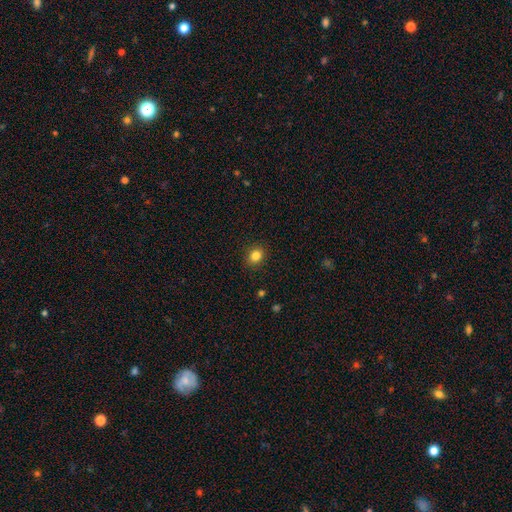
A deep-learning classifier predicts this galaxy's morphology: A smooth galaxy with no disk features (83%) that is round (60%).

Vote fractions:
- Smooth or featured? smooth: 83% / star or artifact: 11% / featured or disk: 6%
- How rounded? round: 60% / in between: 39% / cigar-shaped: 1%
- Merging? none: 90% / minor disturbance: 7% / major disturbance: 2% / merger: 1%